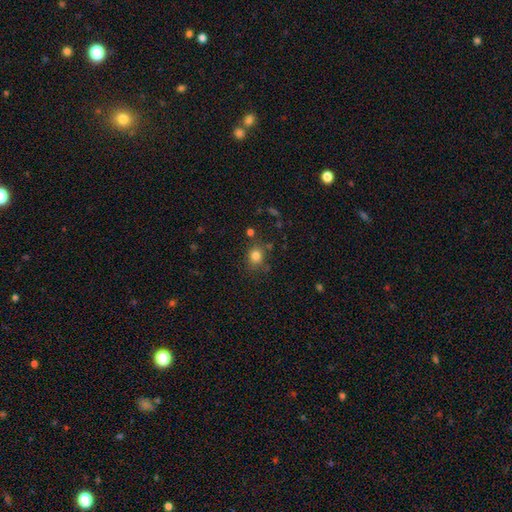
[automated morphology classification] smooth 81%, star or artifact 13%, featured or disk 6%. Down the decision tree: how rounded — round (73%); merging — none (75%).